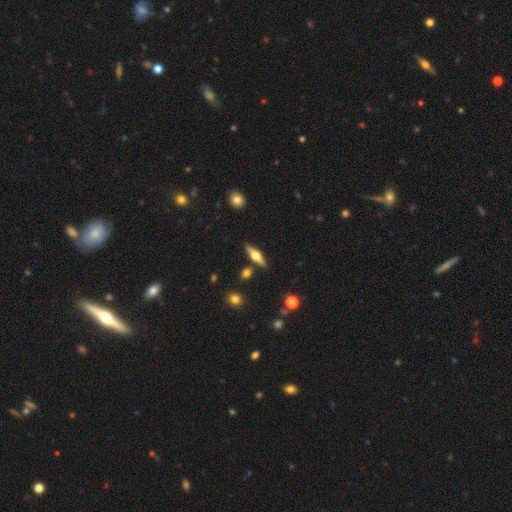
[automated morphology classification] smooth-or-featured: featured or disk: 66% | smooth: 27% | star or artifact: 7%
  disk-edge-on: yes: 96% | no: 4%
    edge-on-bulge: rounded: 93% | boxy: 5% | none: 2%
  merging: none: 83% | minor disturbance: 9% | merger: 5% | major disturbance: 2%